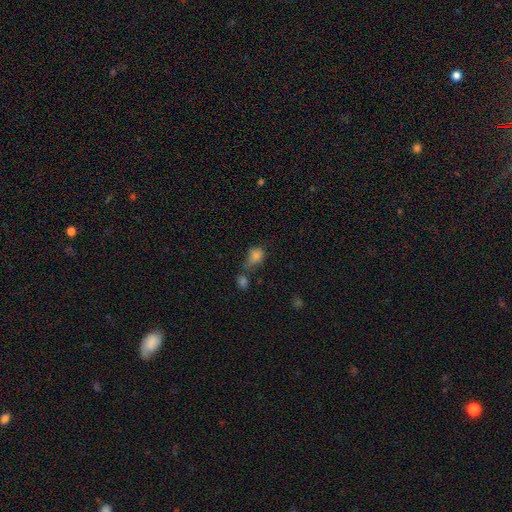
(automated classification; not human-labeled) This appears to be a smooth galaxy with no disk features (73%) that is in between round and cigar-shaped (64%). Merging: none (32%).